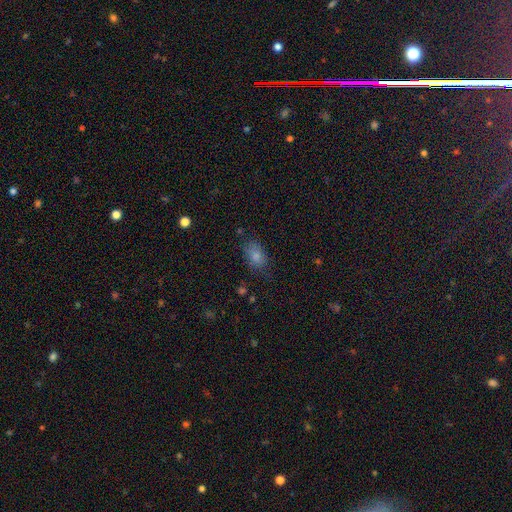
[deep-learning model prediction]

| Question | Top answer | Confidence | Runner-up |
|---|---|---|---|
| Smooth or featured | smooth | 82% | star or artifact (11%) |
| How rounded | in between | 85% | round (13%) |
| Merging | none | 72% | minor disturbance (19%) |